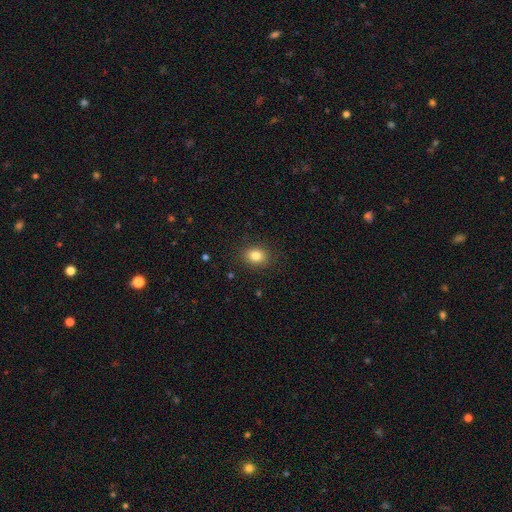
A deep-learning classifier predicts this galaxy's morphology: This is clearly a smooth galaxy (82%). How rounded: possibly round (51%). Merging: clearly none (88%).